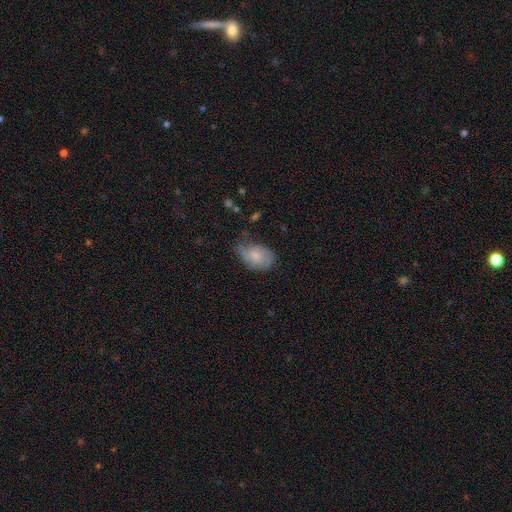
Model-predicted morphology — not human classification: Smooth or featured: smooth — 47% (featured or disk — 45%)
Merging: none — 43% (minor disturbance — 38%)